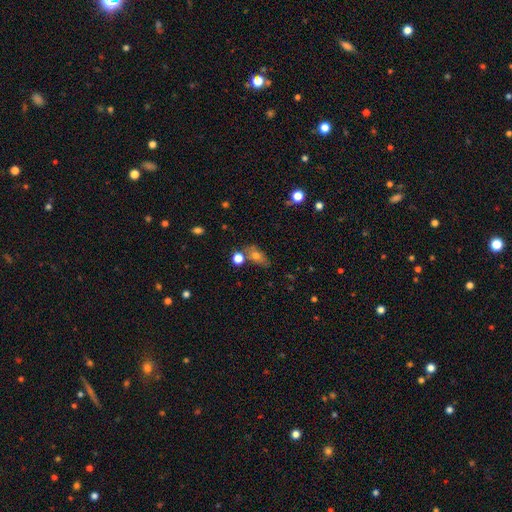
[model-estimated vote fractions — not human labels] Overall: smooth (70%). How rounded: in between (73%). Merging: none (58%).